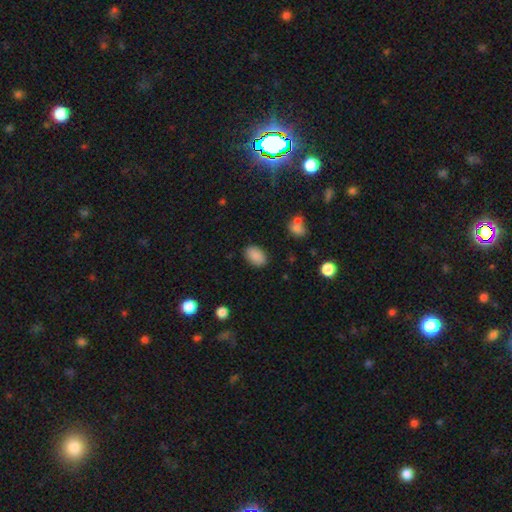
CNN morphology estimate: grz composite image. It shows a smooth galaxy with no disk features (87%) that is in between round and cigar-shaped (89%). Merging: none (85%).